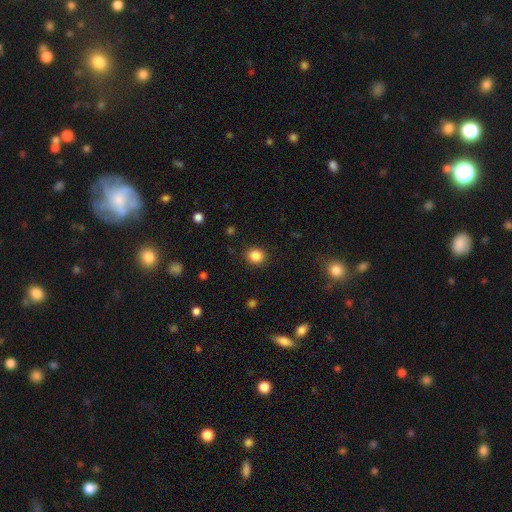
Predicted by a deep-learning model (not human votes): Smooth or featured: smooth — 85% (star or artifact — 10%)
How rounded: round — 72% (in between — 27%)
Merging: none — 89% (minor disturbance — 7%)